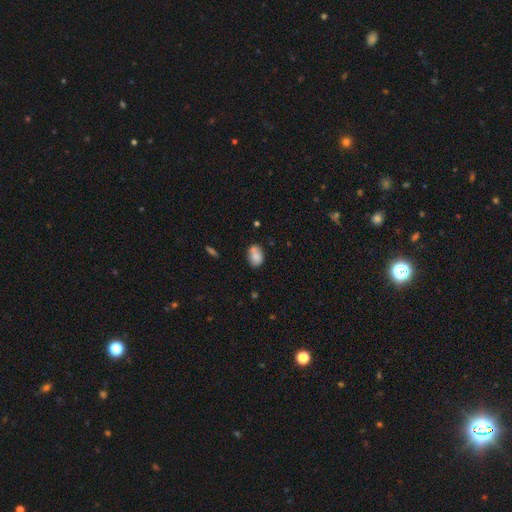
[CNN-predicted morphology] A smooth galaxy with no disk features (78%) that is in between round and cigar-shaped (76%). Merging: none (49%).